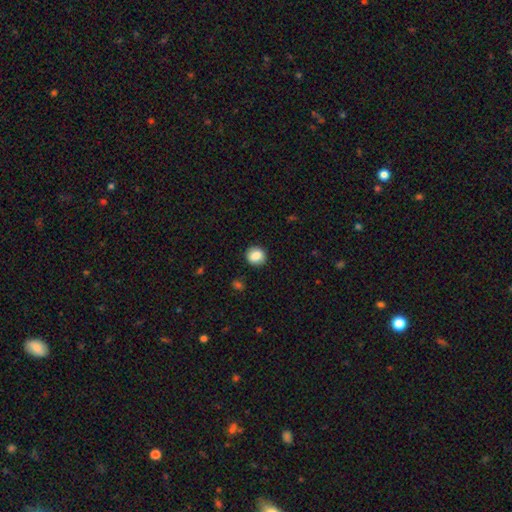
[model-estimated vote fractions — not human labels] This appears to be a smooth galaxy with no disk features (86%) that is round (81%). Merging: none (89%).